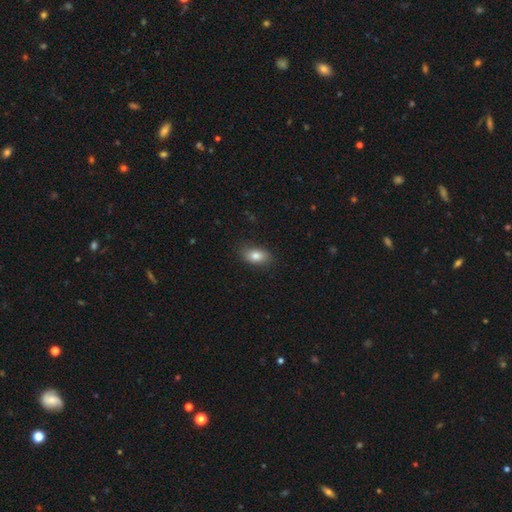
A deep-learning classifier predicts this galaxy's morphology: Smooth or featured? Predicted: smooth (p=0.82). How rounded? Predicted: in between (p=0.89). Merging? Predicted: none (p=0.83).